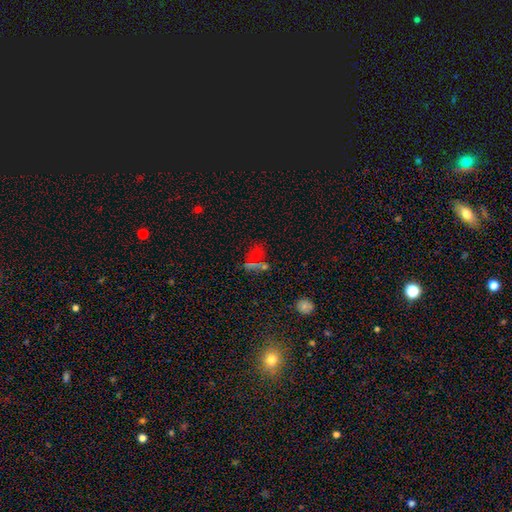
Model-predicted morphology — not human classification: Smooth or featured? star or artifact (45%)